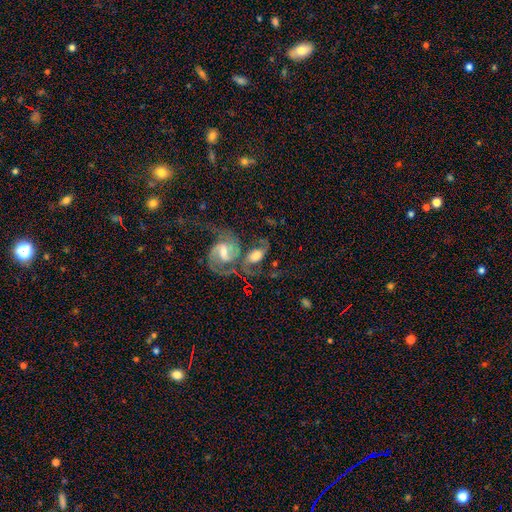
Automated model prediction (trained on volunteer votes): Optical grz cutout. It shows a featured or disk galaxy (73%) with a weak bar (47%), 2 (84%) medium (47%) spiral arms (92%) and a moderate central bulge (48%). Merging: merger (54%).